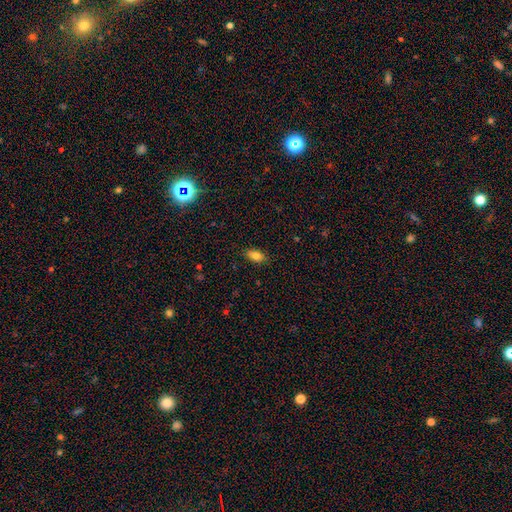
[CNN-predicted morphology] The model was most divided on "smooth or featured": smooth: 83%, star or artifact: 9%, featured or disk: 9%. More confident: how rounded — in between (88%); merging — none (87%).